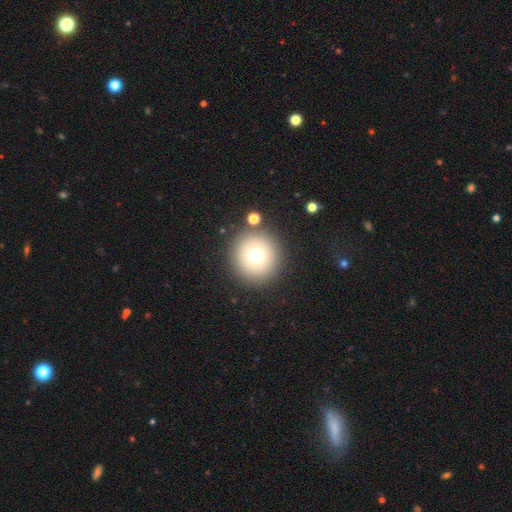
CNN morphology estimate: Smooth or featured: smooth — 71% (star or artifact — 15%)
How rounded: round — 94% (in between — 5%)
Merging: none — 86% (minor disturbance — 6%)